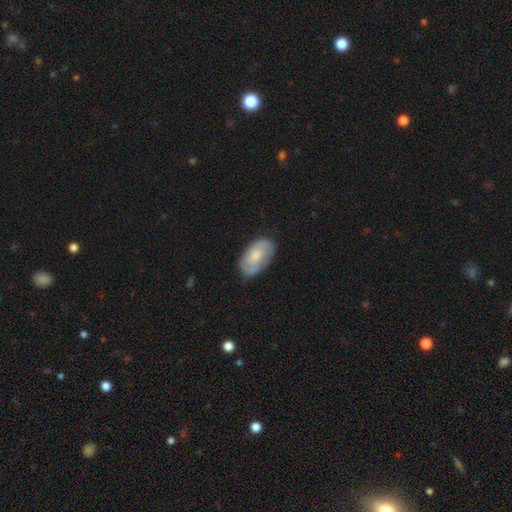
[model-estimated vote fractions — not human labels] Smooth or featured? Predicted: smooth (p=0.52). How rounded? Predicted: in between (p=0.93). Merging? Predicted: none (p=0.76).